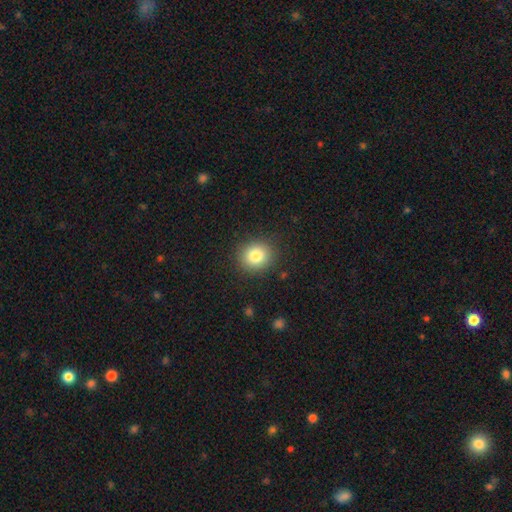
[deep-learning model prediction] Q: Smooth or featured?
A: smooth (81%); runner-up: star or artifact (11%)
Q: How rounded?
A: round (80%); runner-up: in between (19%)
Q: Merging?
A: none (88%); runner-up: minor disturbance (8%)